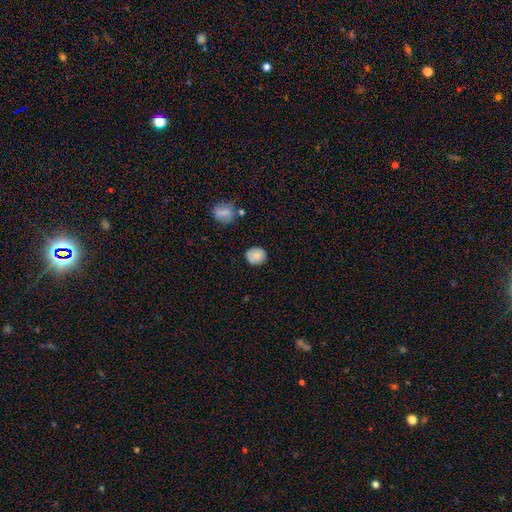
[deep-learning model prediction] smooth_or_featured: smooth (p=0.81) [alt: featured or disk p=0.10]
how_rounded: round (p=0.78) [alt: in between p=0.21]
merging: none (p=0.80) [alt: minor disturbance p=0.14]